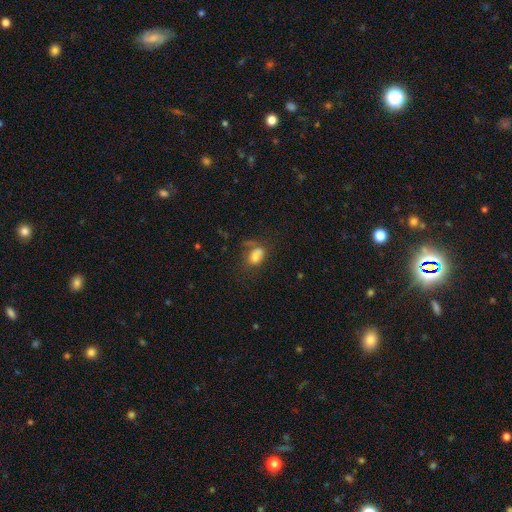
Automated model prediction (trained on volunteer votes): Smooth or featured: smooth — 68% (featured or disk — 18%)
How rounded: in between — 74% (round — 24%)
Merging: none — 35% (major disturbance — 24%)